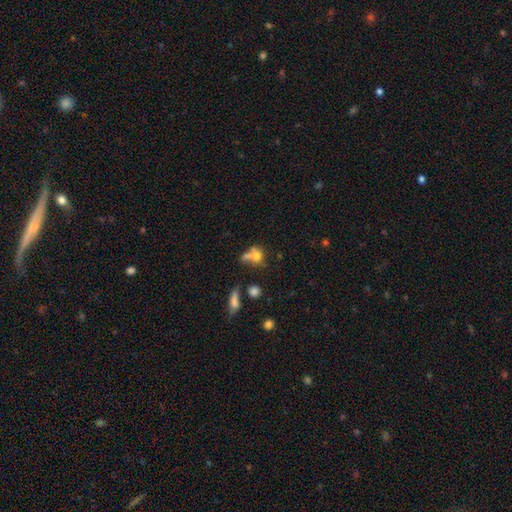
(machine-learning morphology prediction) Q: Smooth or featured?
A: smooth (64%); runner-up: featured or disk (22%)
Q: How rounded?
A: round (55%); runner-up: in between (40%)
Q: Merging?
A: merger (47%); runner-up: none (31%)